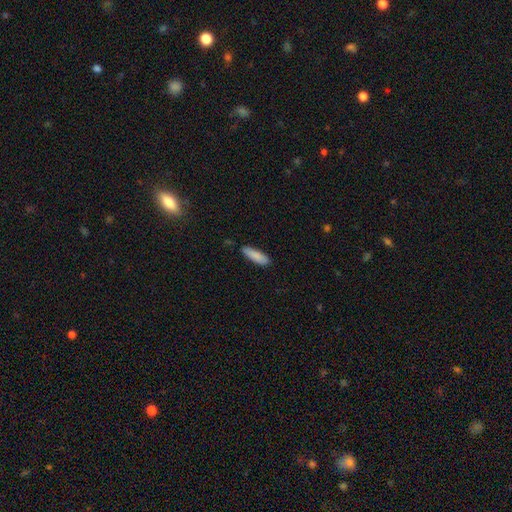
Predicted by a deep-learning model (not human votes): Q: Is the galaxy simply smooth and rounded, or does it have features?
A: smooth — 87%.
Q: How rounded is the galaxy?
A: cigar-shaped — 56%.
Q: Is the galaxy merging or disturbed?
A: none — 81%.